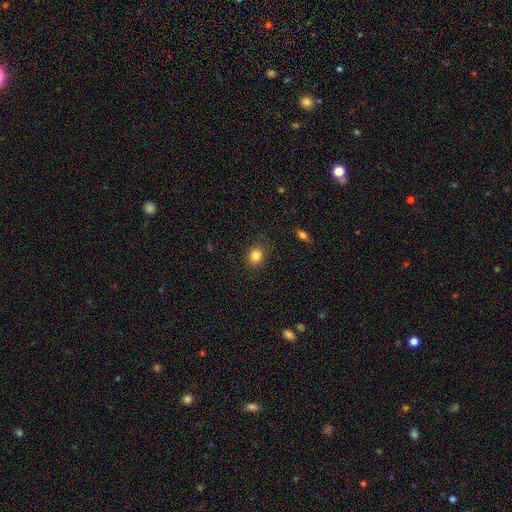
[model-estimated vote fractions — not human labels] smooth-or-featured: smooth: 84% | star or artifact: 11% | featured or disk: 5%
  how-rounded: round: 67% | in between: 32% | cigar-shaped: 1%
  merging: none: 82% | minor disturbance: 13% | major disturbance: 4% | merger: 1%